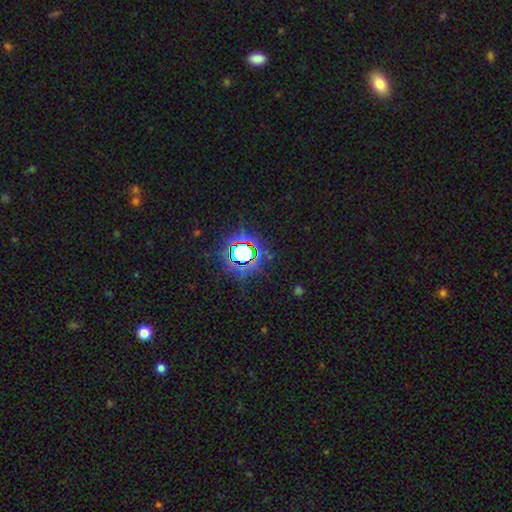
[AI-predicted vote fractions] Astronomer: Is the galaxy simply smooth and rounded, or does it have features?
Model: star or artifact — 80%.